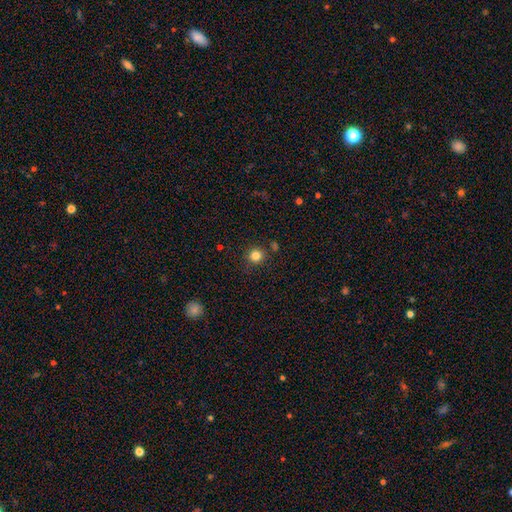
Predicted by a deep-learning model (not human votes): smooth-or-featured: smooth: 82% | star or artifact: 13% | featured or disk: 5%
  how-rounded: round: 94% | in between: 5% | cigar-shaped: 1%
  merging: none: 87% | minor disturbance: 7% | merger: 3% | major disturbance: 2%